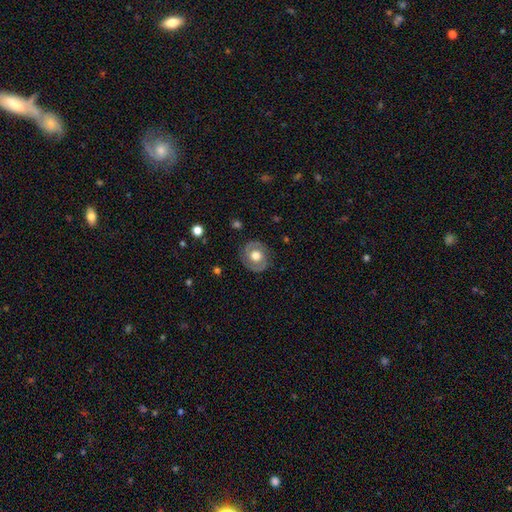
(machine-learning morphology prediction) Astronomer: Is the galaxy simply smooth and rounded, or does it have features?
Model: featured or disk — 60%.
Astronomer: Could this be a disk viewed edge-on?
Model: no — 97%.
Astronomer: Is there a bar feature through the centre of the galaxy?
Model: no — 75%.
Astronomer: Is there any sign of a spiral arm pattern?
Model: yes — 67%.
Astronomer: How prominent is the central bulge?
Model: moderate — 57% (runner-up: large, 36%).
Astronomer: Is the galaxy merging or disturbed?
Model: none — 83%.